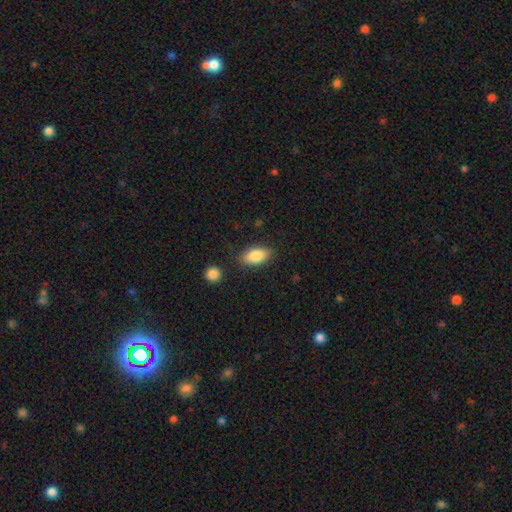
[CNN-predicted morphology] Q: Smooth or featured?
A: smooth (85%); runner-up: featured or disk (8%)
Q: How rounded?
A: in between (89%); runner-up: cigar-shaped (7%)
Q: Merging?
A: none (82%); runner-up: minor disturbance (12%)